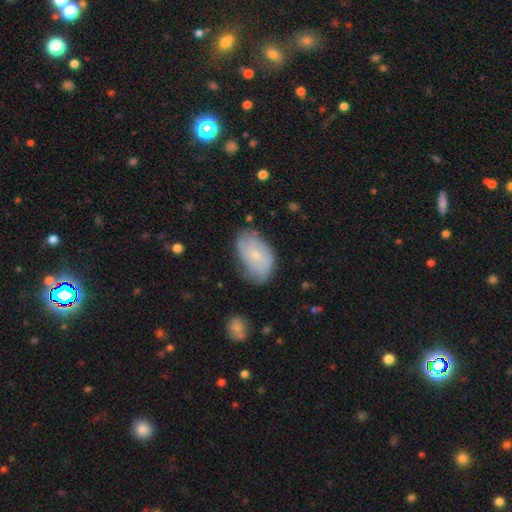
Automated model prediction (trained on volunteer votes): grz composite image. It shows a smooth galaxy with no disk features (48%). Merging: none (61%).